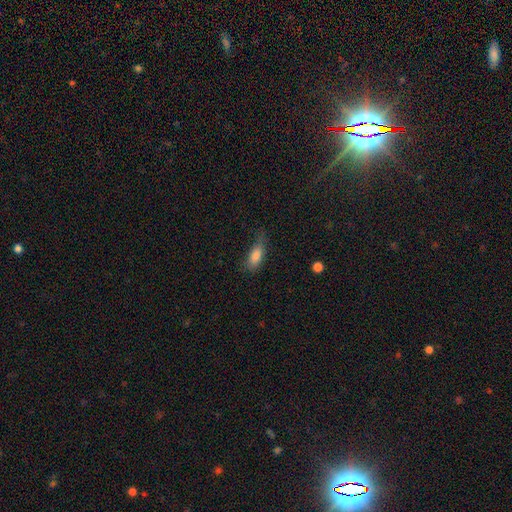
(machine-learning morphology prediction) Smooth or featured? smooth (82%)
How rounded? in between (76%)
Merging? none (50%)